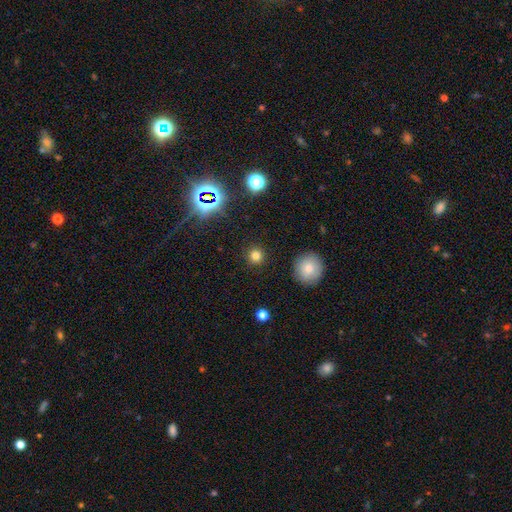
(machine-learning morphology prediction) A smooth galaxy with no disk features (76%) that is round (94%). Merging: none (91%).